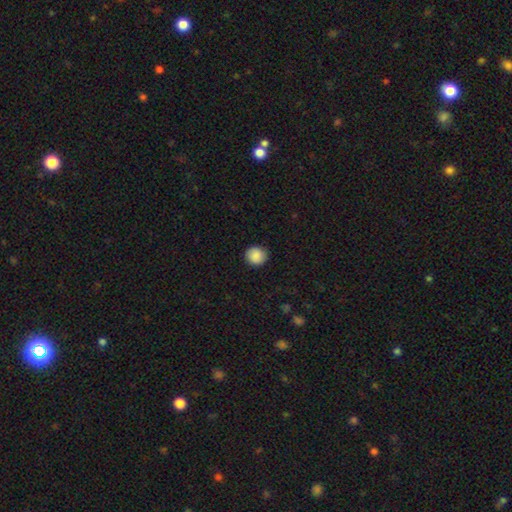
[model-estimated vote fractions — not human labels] Smooth or featured? Predicted: smooth (p=0.88). How rounded? Predicted: round (p=0.89). Merging? Predicted: none (p=0.90).